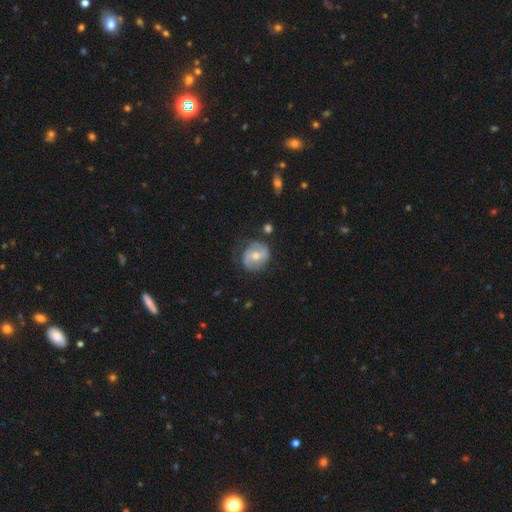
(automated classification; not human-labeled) A featured or disk galaxy (58%) with a weak bar (40%), spiral arms (69%) and a moderate central bulge (59%). Merging: none (67%).